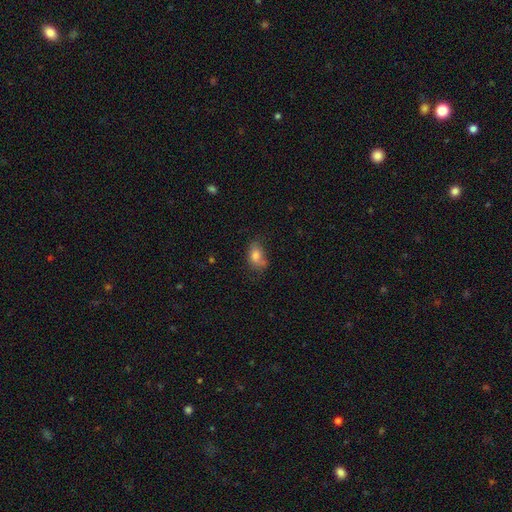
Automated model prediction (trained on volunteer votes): Overall: smooth (76%). How rounded: in between (79%). Merging: none (49%; minor disturbance 32%).